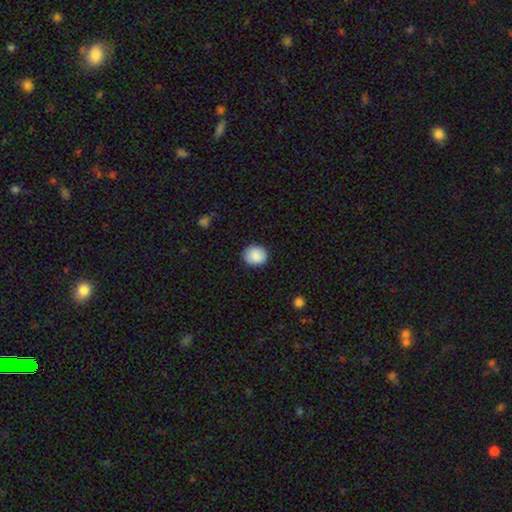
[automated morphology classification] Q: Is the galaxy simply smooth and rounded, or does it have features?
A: smooth — 88%.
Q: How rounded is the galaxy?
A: round — 71%.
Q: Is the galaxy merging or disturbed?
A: none — 86%.